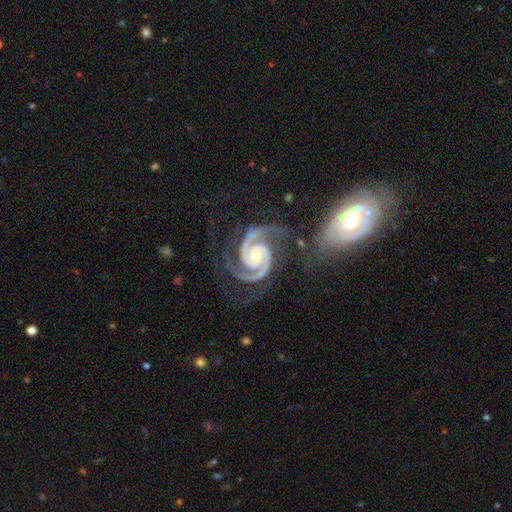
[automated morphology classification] type=featured or disk (94%); edge-on=no (98%); bar=no (65%); spiral arms=yes (99%); winding=tight (57%); arm count=2 (90%); bulge=small (50%); merging=none (68%).